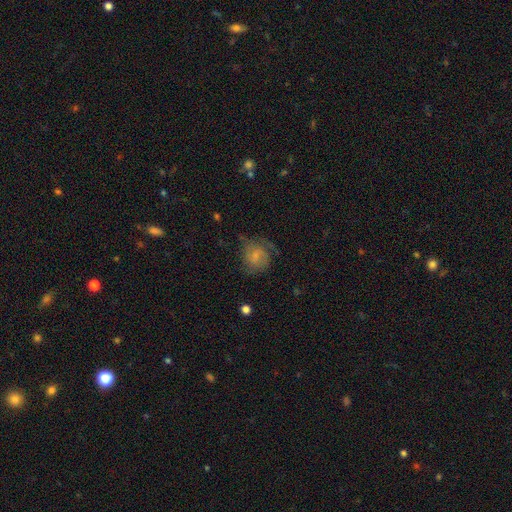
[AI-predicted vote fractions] This is possibly a smooth galaxy (54%). How rounded: likely round (72%). Merging: possibly none (49%).